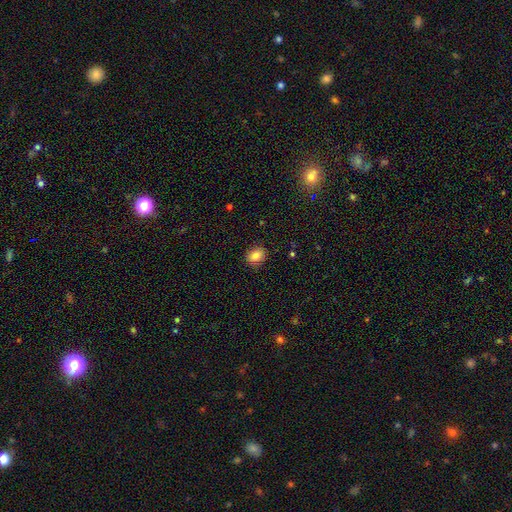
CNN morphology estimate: Smooth or featured? smooth (82%)
How rounded? in between (55%)
Merging? none (85%)